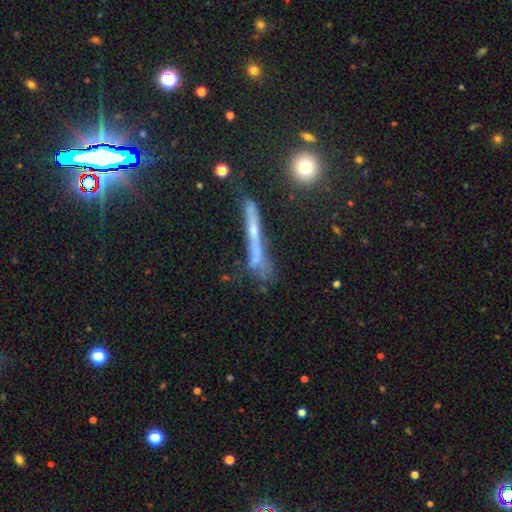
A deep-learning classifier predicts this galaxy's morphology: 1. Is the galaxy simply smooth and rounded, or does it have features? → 48% smooth, 38% featured or disk, 14% star or artifact.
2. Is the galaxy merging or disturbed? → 54% none, 21% minor disturbance, 13% major disturbance, 12% merger.